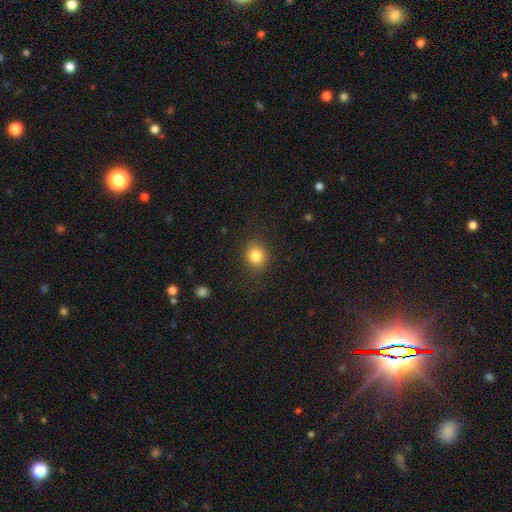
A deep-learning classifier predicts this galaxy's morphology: type=smooth (83%); roundness=round (78%); merging=none (87%).